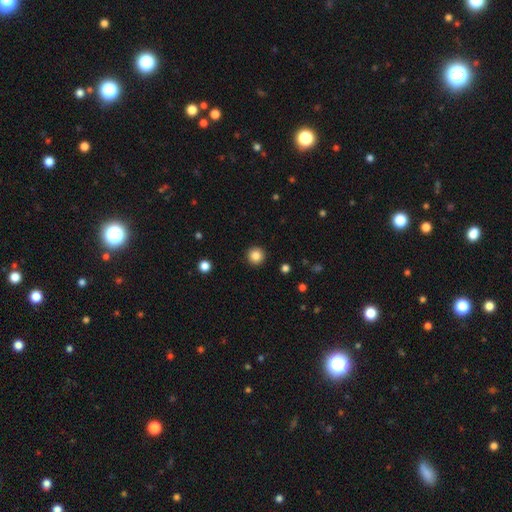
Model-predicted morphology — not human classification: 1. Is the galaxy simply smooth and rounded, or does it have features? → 85% smooth, 11% star or artifact, 5% featured or disk.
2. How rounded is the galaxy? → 96% round, 3% in between, 1% cigar-shaped.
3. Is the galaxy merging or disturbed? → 93% none, 5% minor disturbance, 2% major disturbance, 1% merger.